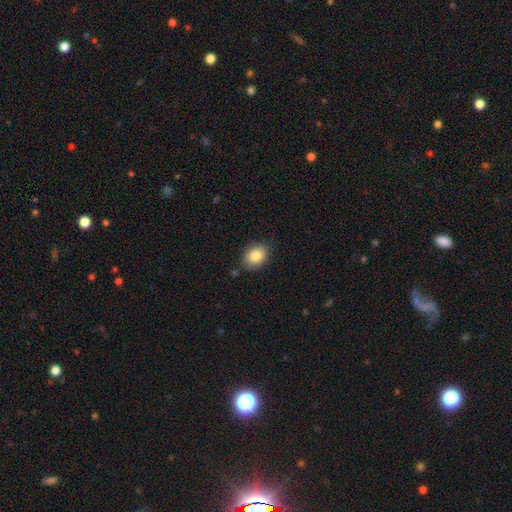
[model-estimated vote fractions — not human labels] Smooth or featured? Predicted: smooth (p=0.85). How rounded? Predicted: in between (p=0.59). Merging? Predicted: none (p=0.82).